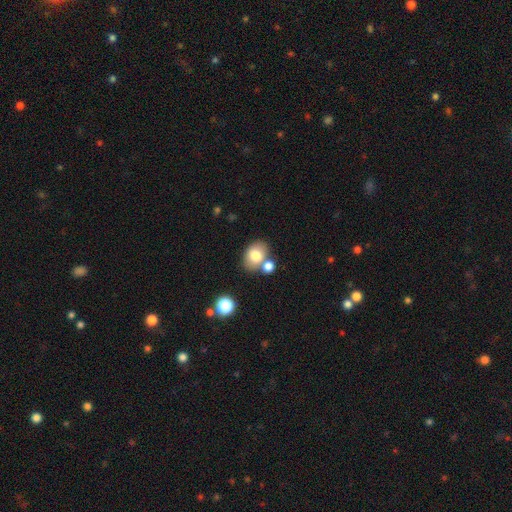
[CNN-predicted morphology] A smooth galaxy with no disk features (77%) that is in between round and cigar-shaped (65%). Merging: none (59%).